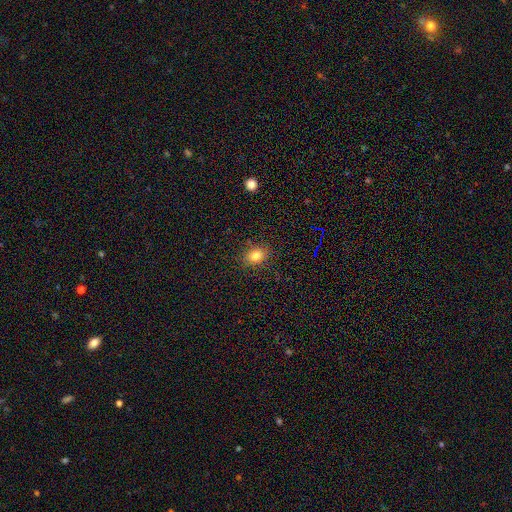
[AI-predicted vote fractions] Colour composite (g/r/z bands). It shows a smooth galaxy with no disk features (81%) that is in between round and cigar-shaped (53%). Merging: none (86%).